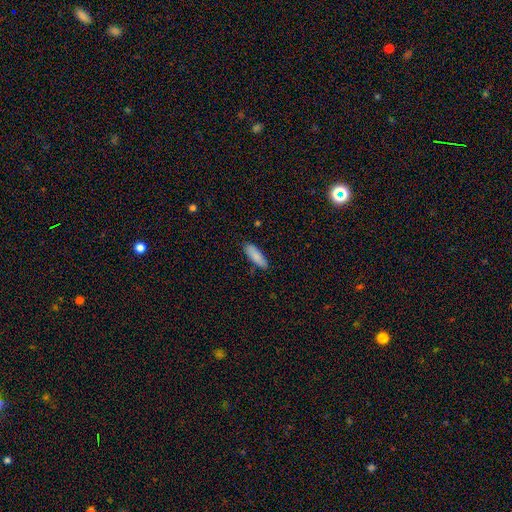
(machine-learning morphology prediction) A smooth galaxy with no disk features (84%) that is in between round and cigar-shaped (57%).

Vote fractions:
- Smooth or featured? smooth: 84% / featured or disk: 10% / star or artifact: 6%
- How rounded? in between: 57% / cigar-shaped: 41% / round: 2%
- Merging? none: 84% / minor disturbance: 12% / major disturbance: 2% / merger: 1%